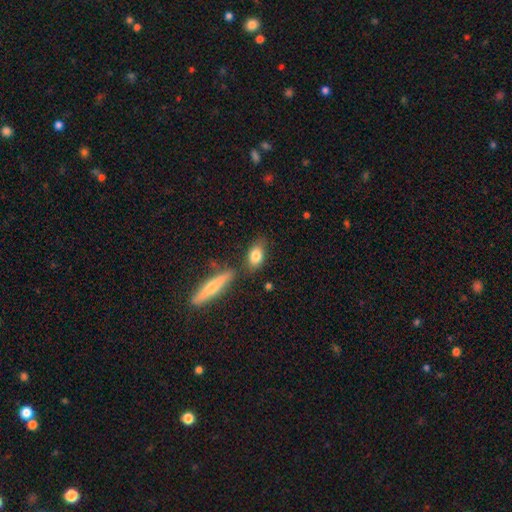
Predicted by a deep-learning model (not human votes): Morphology: type=smooth (79%); roundness=in between (81%); merging=none (70%).